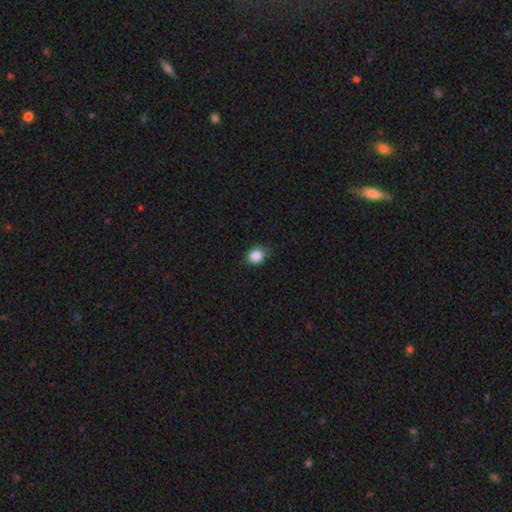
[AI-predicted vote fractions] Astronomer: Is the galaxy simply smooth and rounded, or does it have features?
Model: smooth — 86%.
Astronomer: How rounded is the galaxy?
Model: round — 65%.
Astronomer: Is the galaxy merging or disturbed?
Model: none — 75%.